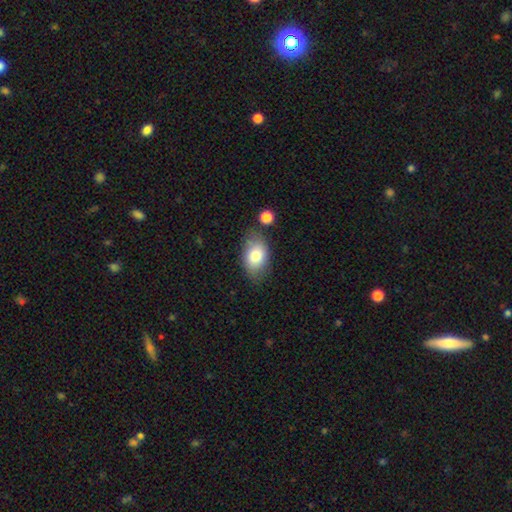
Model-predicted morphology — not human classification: Overall: smooth (78%). How rounded: in between (87%). Merging: none (71%).